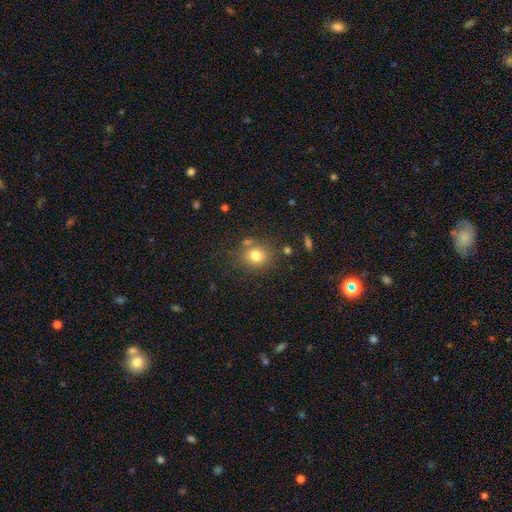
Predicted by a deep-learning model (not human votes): Smooth or featured? smooth (78%)
How rounded? round (76%)
Merging? none (75%)